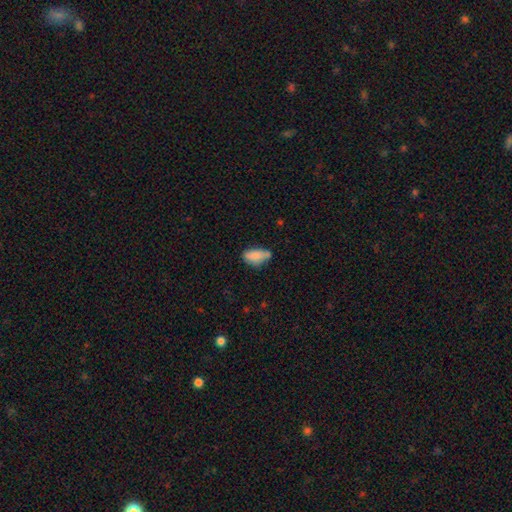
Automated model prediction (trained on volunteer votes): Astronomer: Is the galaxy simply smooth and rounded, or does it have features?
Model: smooth — 78%.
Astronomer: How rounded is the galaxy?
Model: in between — 87%.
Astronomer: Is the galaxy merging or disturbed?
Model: none — 45% (runner-up: minor disturbance, 33%).